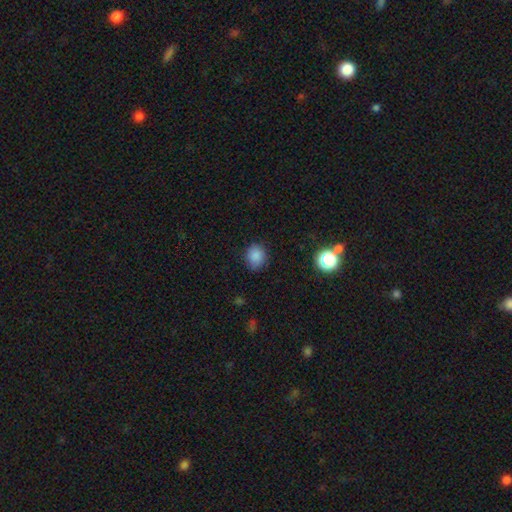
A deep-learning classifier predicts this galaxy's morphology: A smooth galaxy with no disk features (85%) that is round (67%). Merging: none (81%).